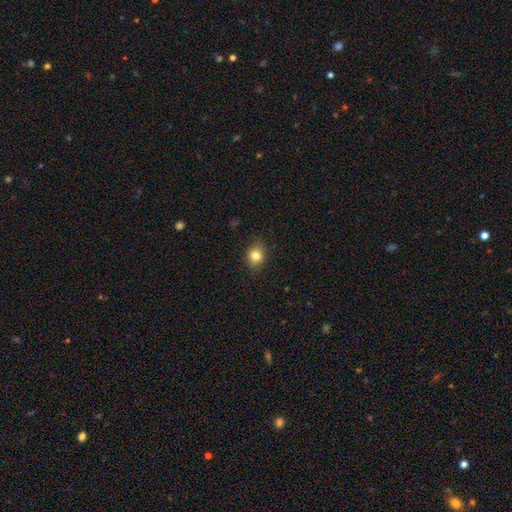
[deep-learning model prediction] A smooth galaxy with no disk features (80%) that is round (63%). Merging: none (84%).